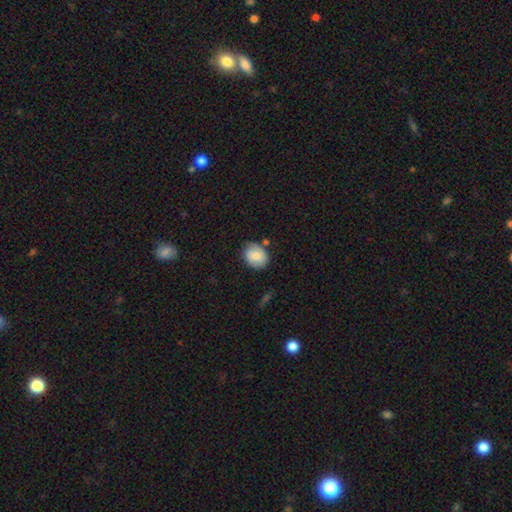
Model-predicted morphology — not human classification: Smooth or featured: smooth — 79% (featured or disk — 14%)
How rounded: in between — 51% (round — 48%)
Merging: none — 71% (minor disturbance — 20%)